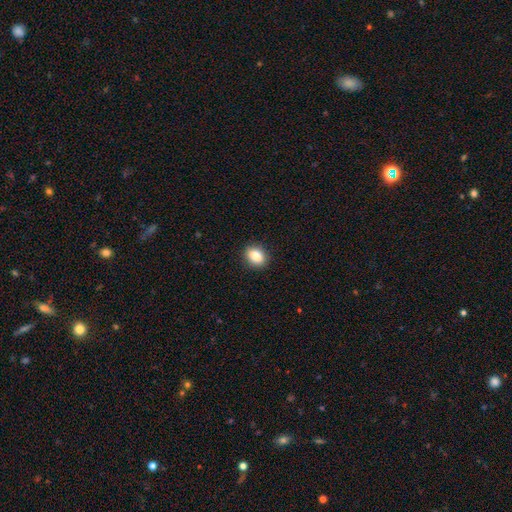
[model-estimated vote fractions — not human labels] Smooth or featured? smooth (85%)
How rounded? in between (58%)
Merging? none (90%)